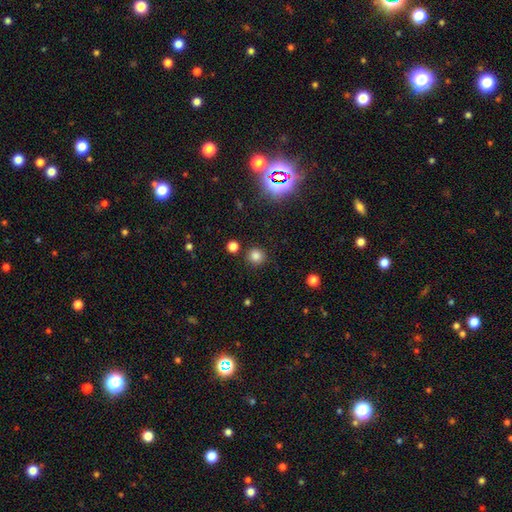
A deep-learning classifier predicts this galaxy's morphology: smooth_or_featured: smooth (p=0.80) [alt: star or artifact p=0.16]
how_rounded: round (p=0.91) [alt: in between p=0.08]
merging: none (p=0.87) [alt: minor disturbance p=0.06]